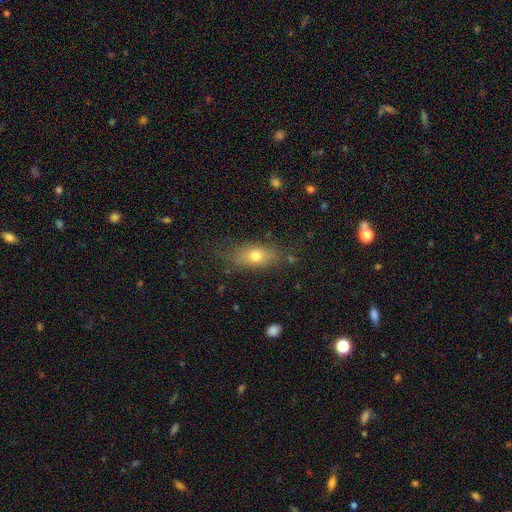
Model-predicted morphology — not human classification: A smooth galaxy with no disk features (71%) that is in between round and cigar-shaped (76%). Merging: none (73%).